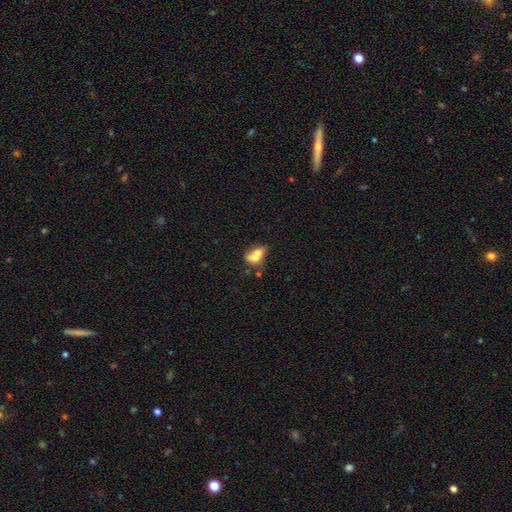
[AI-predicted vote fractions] Smooth or featured?
  - smooth: 64% *
  - featured or disk: 25%
  - star or artifact: 10%
How rounded?
  - in between: 72% *
  - round: 22%
  - cigar-shaped: 6%
Merging?
  - merger: 56% *
  - none: 23%
  - minor disturbance: 12%
  - major disturbance: 9%